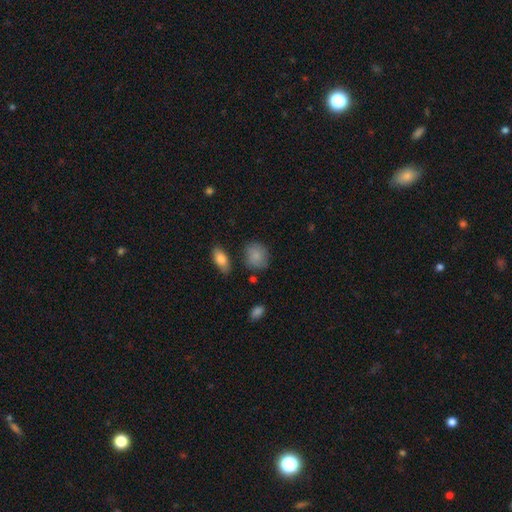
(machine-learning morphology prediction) Smooth or featured?
  - smooth: 84% *
  - featured or disk: 8%
  - star or artifact: 7%
How rounded?
  - round: 70% *
  - in between: 29%
  - cigar-shaped: 1%
Merging?
  - none: 71% *
  - minor disturbance: 20%
  - major disturbance: 5%
  - merger: 4%